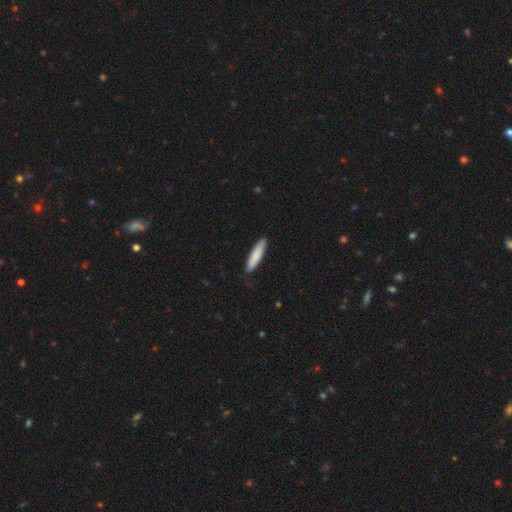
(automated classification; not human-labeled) Smooth or featured: smooth — 81% (featured or disk — 14%)
How rounded: cigar-shaped — 83% (in between — 16%)
Merging: none — 83% (minor disturbance — 14%)